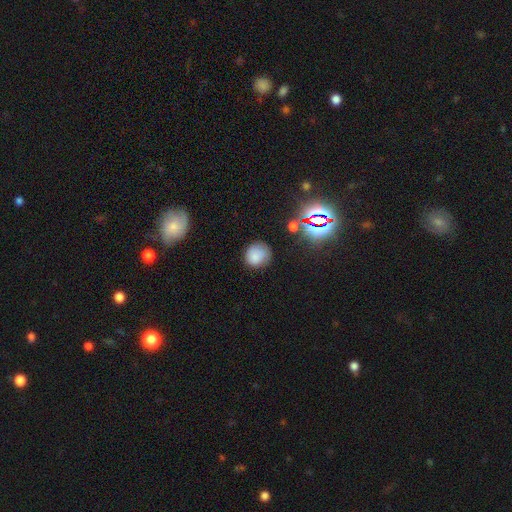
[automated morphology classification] Q: Smooth or featured?
A: smooth (79%); runner-up: star or artifact (14%)
Q: How rounded?
A: round (85%); runner-up: in between (14%)
Q: Merging?
A: none (76%); runner-up: minor disturbance (17%)